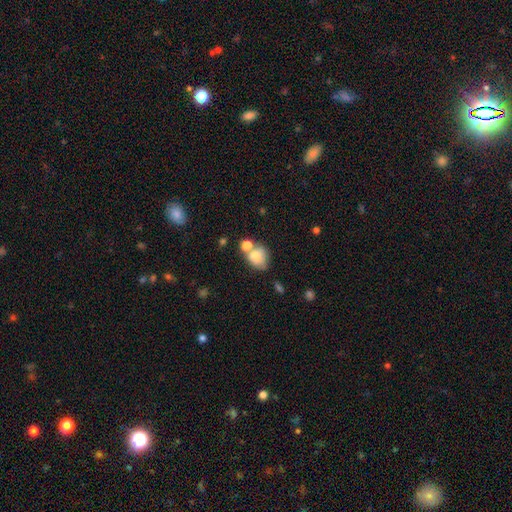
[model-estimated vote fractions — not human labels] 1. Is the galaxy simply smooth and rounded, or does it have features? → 73% smooth, 17% featured or disk, 10% star or artifact.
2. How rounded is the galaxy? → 52% in between, 46% round, 1% cigar-shaped.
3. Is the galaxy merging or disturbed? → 41% merger, 35% none, 16% minor disturbance, 8% major disturbance.